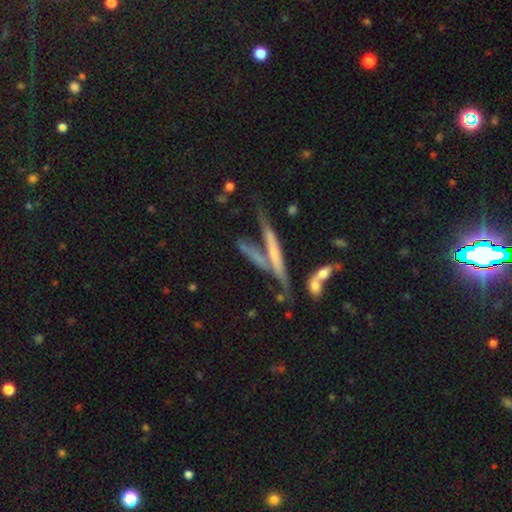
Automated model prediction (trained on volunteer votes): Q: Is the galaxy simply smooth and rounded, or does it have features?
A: featured or disk — 54%.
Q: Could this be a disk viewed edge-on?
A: yes — 77%.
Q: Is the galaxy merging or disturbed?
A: none — 44%.